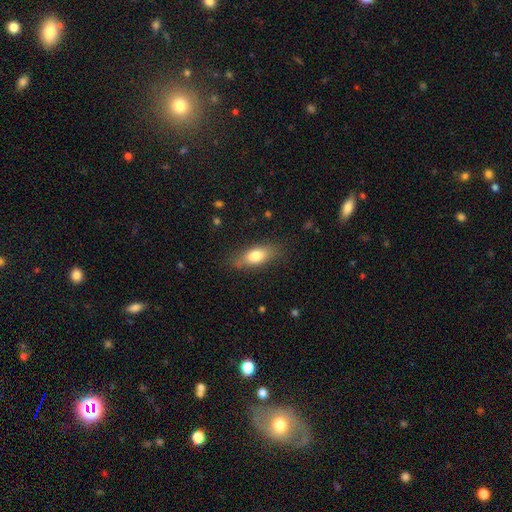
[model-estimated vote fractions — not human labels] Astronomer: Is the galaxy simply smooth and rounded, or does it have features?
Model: smooth — 76%.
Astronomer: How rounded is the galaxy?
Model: in between — 77%.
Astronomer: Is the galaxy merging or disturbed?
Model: none — 77%.